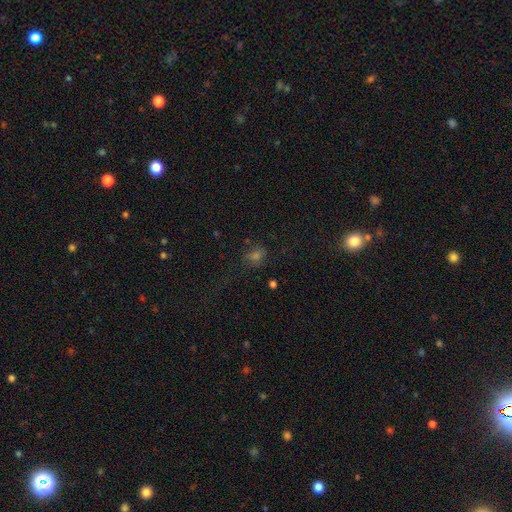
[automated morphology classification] A smooth galaxy with no disk features (51%) that is round (58%).

Vote fractions:
- Smooth or featured? smooth: 51% / star or artifact: 34% / featured or disk: 15%
- How rounded? round: 58% / in between: 40% / cigar-shaped: 2%
- Merging? none: 65% / minor disturbance: 18% / major disturbance: 14% / merger: 3%